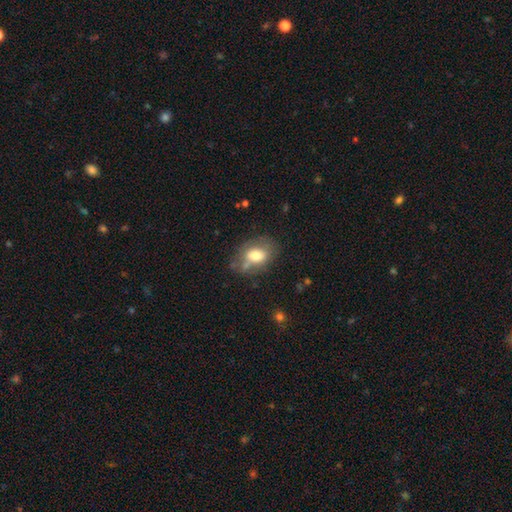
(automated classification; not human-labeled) The model was most divided on "merging": none: 51%, minor disturbance: 26%, major disturbance: 13%, merger: 11%. More confident: how rounded — in between (74%); smooth or featured — smooth (67%).